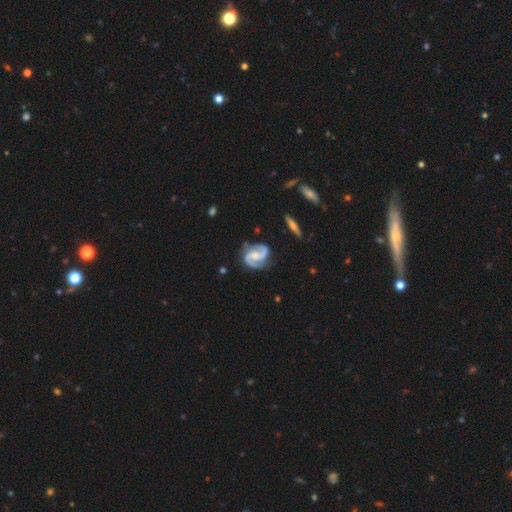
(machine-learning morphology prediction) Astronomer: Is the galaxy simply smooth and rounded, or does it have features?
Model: featured or disk — 91%.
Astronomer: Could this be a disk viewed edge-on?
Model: no — 98%.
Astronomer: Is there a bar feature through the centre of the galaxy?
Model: no — 47% (runner-up: weak, 40%).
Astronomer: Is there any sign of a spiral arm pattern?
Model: yes — 98%.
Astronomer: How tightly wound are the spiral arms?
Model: medium — 56%.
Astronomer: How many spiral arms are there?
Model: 2 — 93%.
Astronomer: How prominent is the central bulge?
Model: moderate — 37% (runner-up: small, 35%).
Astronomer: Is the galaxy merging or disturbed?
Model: none — 76%.